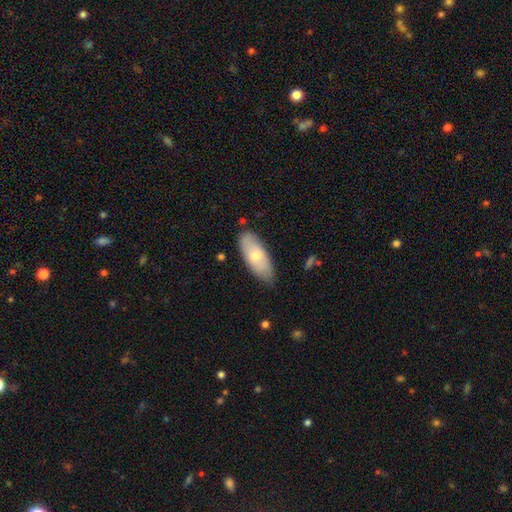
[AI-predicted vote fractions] A smooth galaxy with no disk features (68%) that is in between round and cigar-shaped (81%). Merging: none (78%).